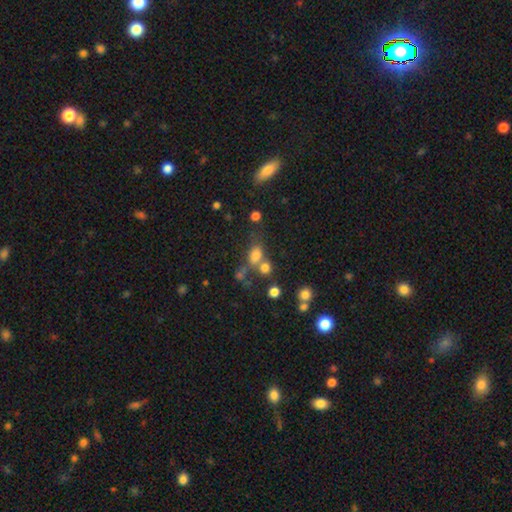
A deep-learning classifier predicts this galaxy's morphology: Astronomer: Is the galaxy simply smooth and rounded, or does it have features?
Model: smooth — 72%.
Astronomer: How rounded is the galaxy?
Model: in between — 62%.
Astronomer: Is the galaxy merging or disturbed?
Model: none — 43% (runner-up: merger, 36%).